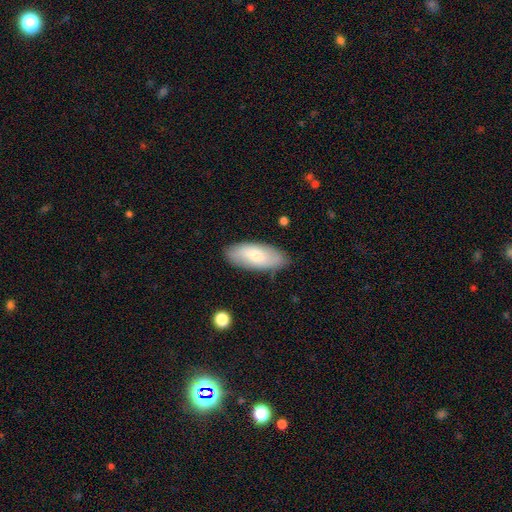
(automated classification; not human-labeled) Smooth or featured: smooth — 66% (featured or disk — 28%)
How rounded: in between — 86% (cigar-shaped — 12%)
Merging: none — 84% (minor disturbance — 12%)